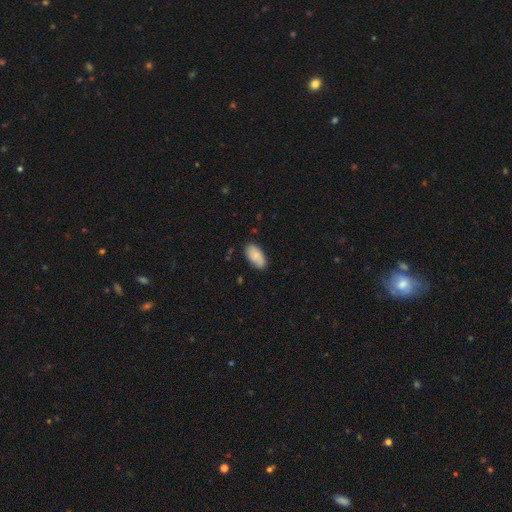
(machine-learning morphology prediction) Smooth or featured? smooth (77%)
How rounded? in between (94%)
Merging? none (79%)